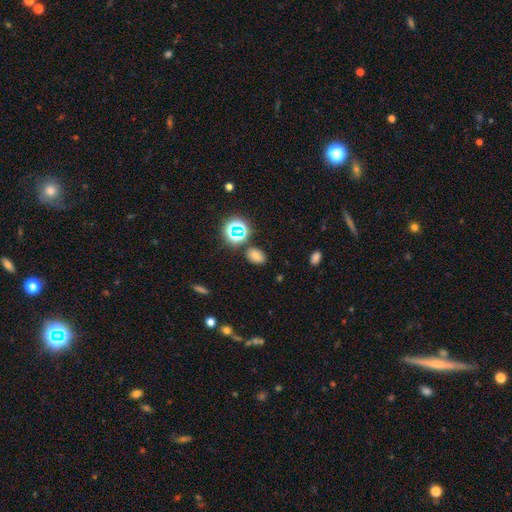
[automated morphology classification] A smooth galaxy with no disk features (69%) that is in between round and cigar-shaped (78%).

Vote fractions:
- Smooth or featured? smooth: 69% / star or artifact: 22% / featured or disk: 8%
- How rounded? in between: 78% / round: 20% / cigar-shaped: 1%
- Merging? none: 80% / minor disturbance: 12% / merger: 5% / major disturbance: 3%